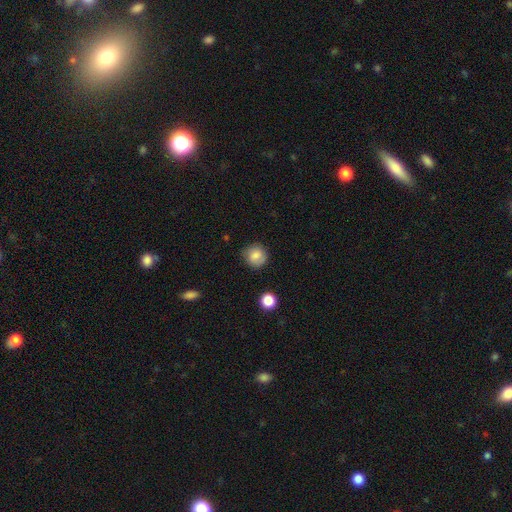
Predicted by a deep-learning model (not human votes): smooth-or-featured: smooth: 80% | featured or disk: 11% | star or artifact: 9%
  how-rounded: round: 88% | in between: 11% | cigar-shaped: 1%
  merging: none: 78% | minor disturbance: 16% | major disturbance: 4% | merger: 1%